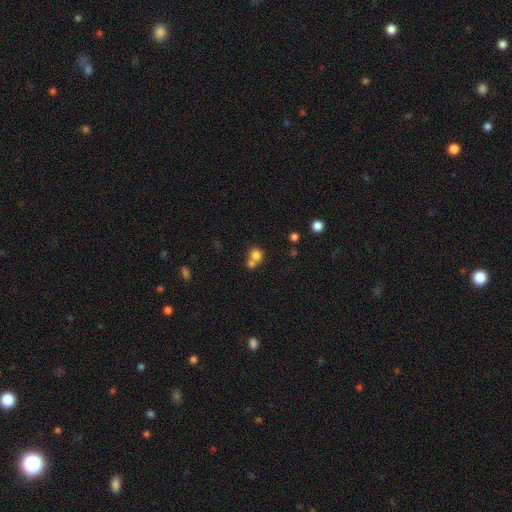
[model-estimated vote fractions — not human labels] This is likely a smooth galaxy (77%). How rounded: clearly round (82%). Merging: possibly merger (53%).